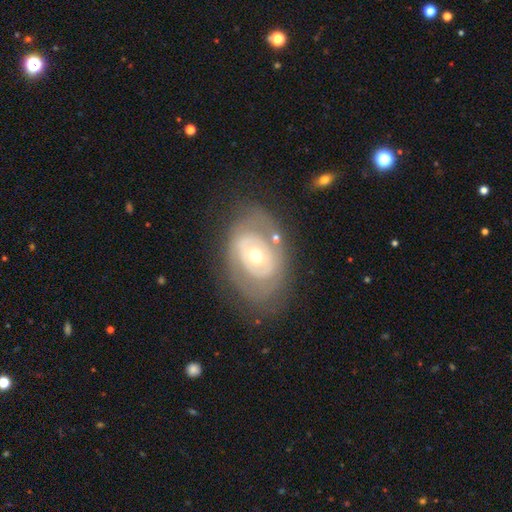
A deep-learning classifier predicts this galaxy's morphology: smooth-or-featured: featured or disk: 69% | smooth: 25% | star or artifact: 6%
  disk-edge-on: no: 94% | yes: 6%
    bar: no: 80% | weak: 14% | strong: 6%
    has-spiral-arms: no: 66% | yes: 34%
    bulge-size: moderate: 57% | small: 36% | large: 4% | dominant: 1% | none: 1%
  merging: none: 69% | minor disturbance: 17% | major disturbance: 11% | merger: 3%